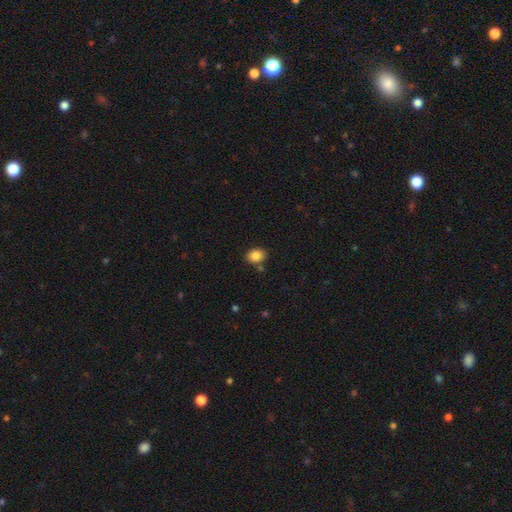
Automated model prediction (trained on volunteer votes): Smooth or featured: smooth — 86% (star or artifact — 9%)
How rounded: in between — 62% (round — 37%)
Merging: none — 80% (minor disturbance — 11%)